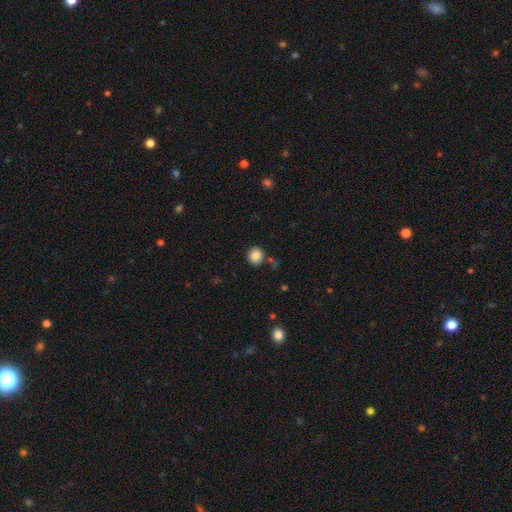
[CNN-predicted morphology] type=smooth (86%); roundness=round (87%); merging=none (82%).